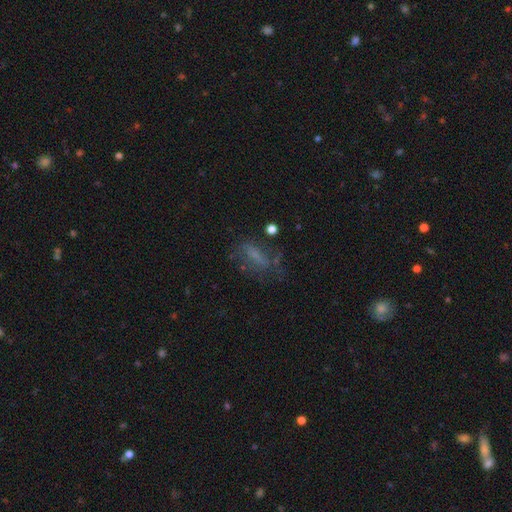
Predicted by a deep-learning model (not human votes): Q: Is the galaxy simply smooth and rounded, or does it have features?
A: smooth — 46%.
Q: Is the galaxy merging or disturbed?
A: none — 48%.